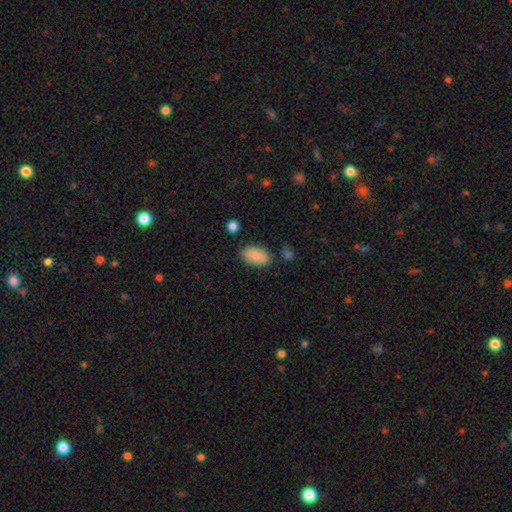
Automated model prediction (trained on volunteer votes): Smooth or featured? smooth (86%)
How rounded? in between (93%)
Merging? none (81%)